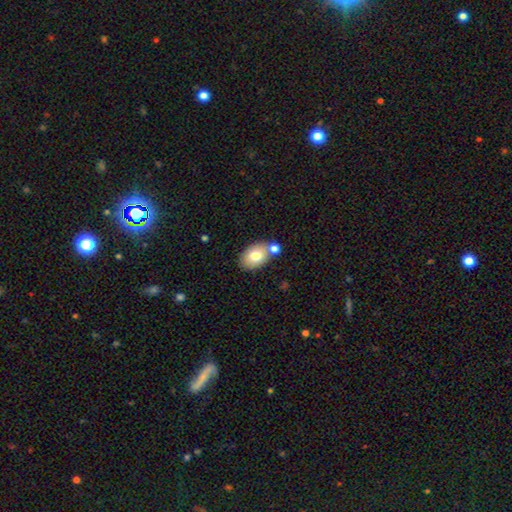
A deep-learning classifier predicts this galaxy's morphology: A smooth galaxy with no disk features (75%) that is in between round and cigar-shaped (85%).

Vote fractions:
- Smooth or featured? smooth: 75% / featured or disk: 17% / star or artifact: 8%
- How rounded? in between: 85% / round: 14% / cigar-shaped: 1%
- Merging? none: 63% / merger: 21% / minor disturbance: 13% / major disturbance: 3%